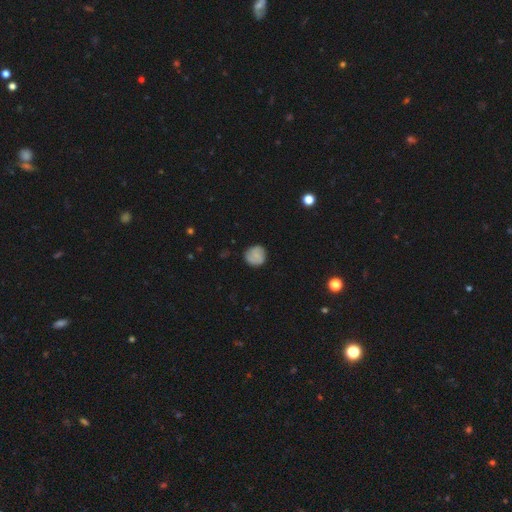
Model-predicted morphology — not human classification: Smooth or featured?
  - smooth: 70% *
  - featured or disk: 21%
  - star or artifact: 8%
How rounded?
  - round: 90% *
  - in between: 9%
  - cigar-shaped: 1%
Merging?
  - none: 82% *
  - minor disturbance: 14%
  - major disturbance: 3%
  - merger: 1%